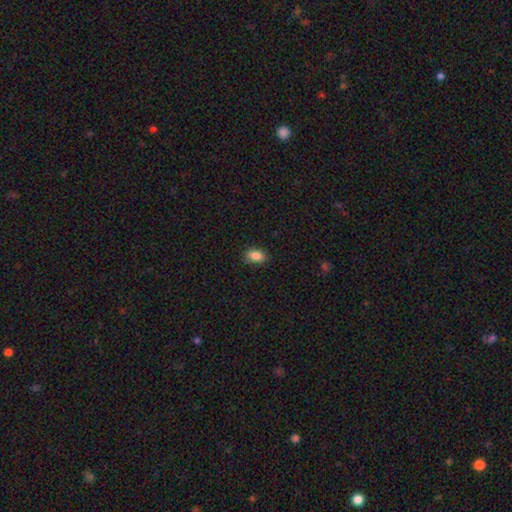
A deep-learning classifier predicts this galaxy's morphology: This appears to be a smooth galaxy with no disk features (87%) that is in between round and cigar-shaped (86%). Merging: none (85%).